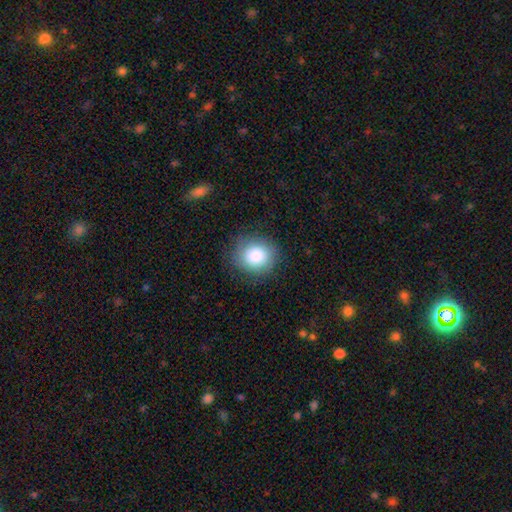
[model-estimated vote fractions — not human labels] This appears to be a smooth galaxy with no disk features (85%) that is round (75%). Merging: none (83%).